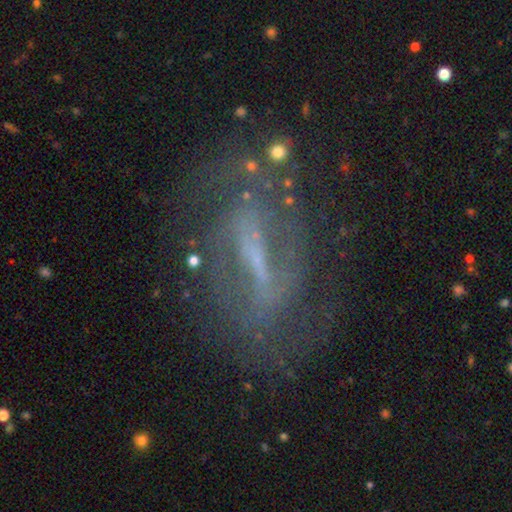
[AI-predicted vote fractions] smooth_or_featured: featured or disk (p=0.73) [alt: smooth p=0.15]
disk_edge_on: no (p=0.76) [alt: yes p=0.24]
bar: strong (p=0.59) [alt: weak p=0.28]
has_spiral_arms: yes (p=0.68) [alt: no p=0.32]
bulge_size: small (p=0.41) [alt: none p=0.36]
merging: none (p=0.69) [alt: minor disturbance p=0.17]